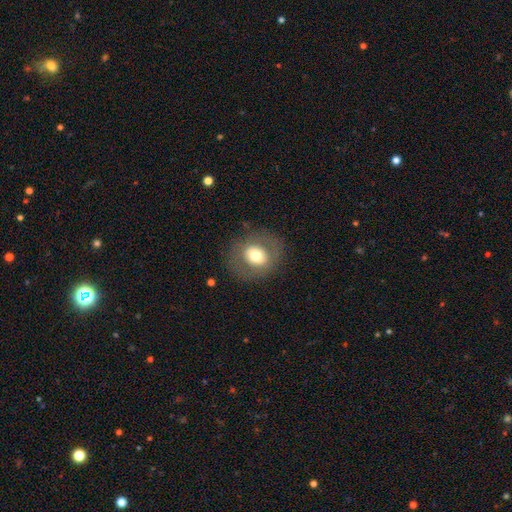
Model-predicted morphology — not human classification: smooth_or_featured: smooth (p=0.61) [alt: featured or disk p=0.30]
how_rounded: round (p=0.71) [alt: in between p=0.28]
merging: none (p=0.80) [alt: minor disturbance p=0.11]